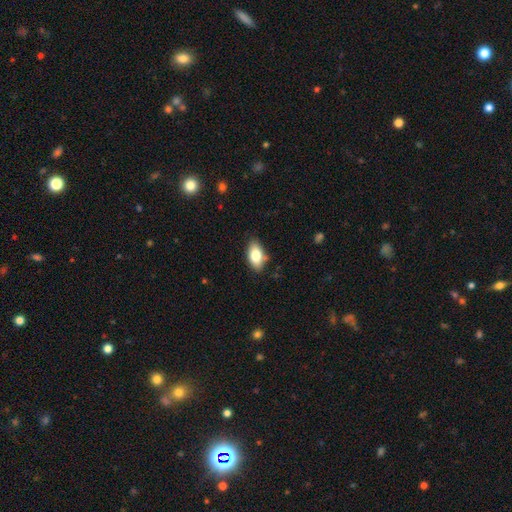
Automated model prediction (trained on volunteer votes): smooth_or_featured: smooth (p=0.79) [alt: featured or disk p=0.13]
how_rounded: in between (p=0.91) [alt: round p=0.06]
merging: none (p=0.79) [alt: minor disturbance p=0.15]